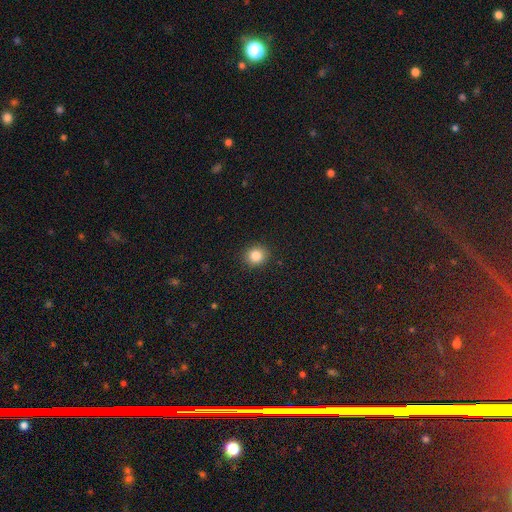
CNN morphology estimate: Overall: smooth (85%). How rounded: round (84%). Merging: none (91%).